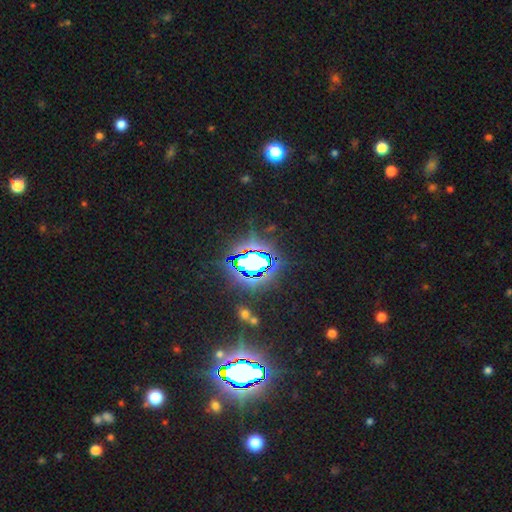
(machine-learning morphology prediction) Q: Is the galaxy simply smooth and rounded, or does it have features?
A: star or artifact — 80%.